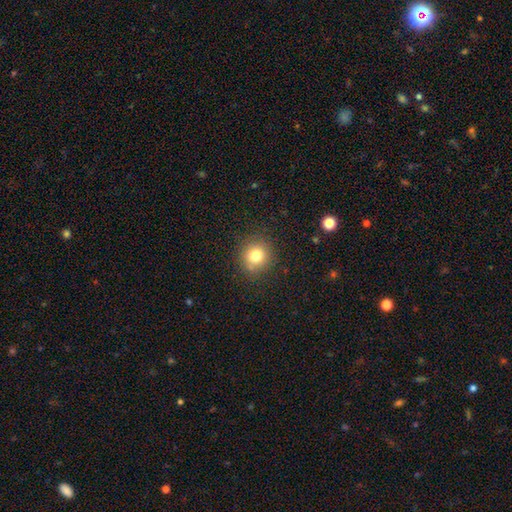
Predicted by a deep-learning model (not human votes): Smooth or featured: smooth — 78% (star or artifact — 13%)
How rounded: round — 90% (in between — 9%)
Merging: none — 85% (minor disturbance — 10%)